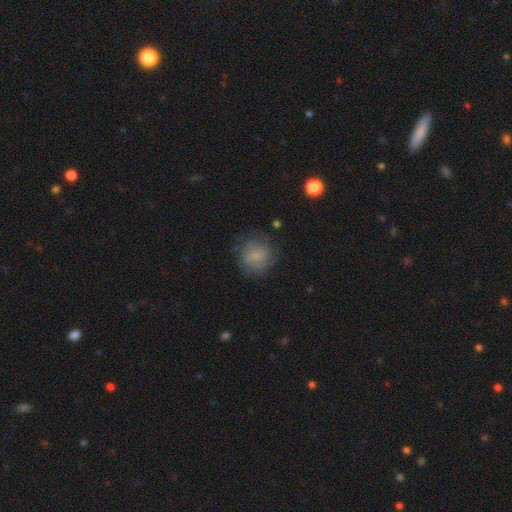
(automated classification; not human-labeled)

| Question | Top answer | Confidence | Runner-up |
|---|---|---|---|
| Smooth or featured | smooth | 58% | featured or disk (32%) |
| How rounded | round | 86% | in between (13%) |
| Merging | none | 73% | minor disturbance (18%) |